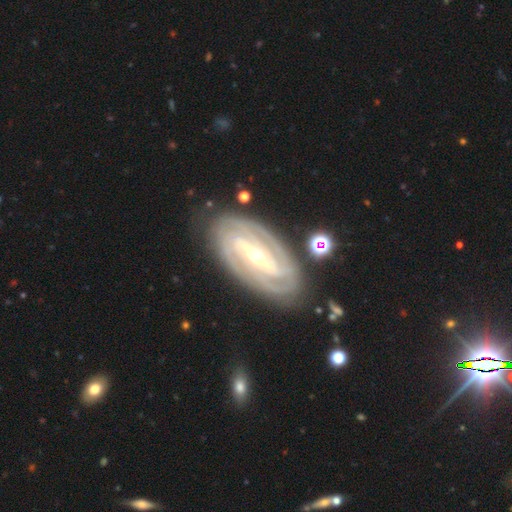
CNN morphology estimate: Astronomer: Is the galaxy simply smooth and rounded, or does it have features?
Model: featured or disk — 90%.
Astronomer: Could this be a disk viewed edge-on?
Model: no — 94%.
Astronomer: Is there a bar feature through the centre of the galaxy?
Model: strong — 59%.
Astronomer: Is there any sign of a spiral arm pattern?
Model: yes — 97%.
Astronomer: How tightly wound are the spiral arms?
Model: tight — 72%.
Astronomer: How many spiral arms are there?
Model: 2 — 45% (runner-up: 3, 23%).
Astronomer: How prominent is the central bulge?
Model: small — 58% (runner-up: moderate, 39%).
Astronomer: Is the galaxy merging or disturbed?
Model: none — 82%.